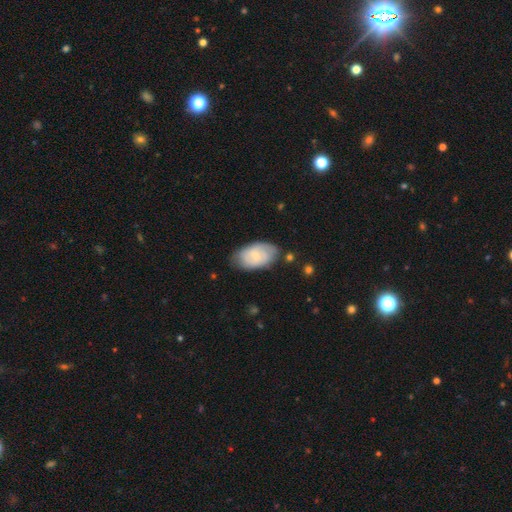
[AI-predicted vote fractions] Q: Smooth or featured?
A: smooth (49%); runner-up: featured or disk (45%)
Q: Merging?
A: none (72%); runner-up: minor disturbance (21%)